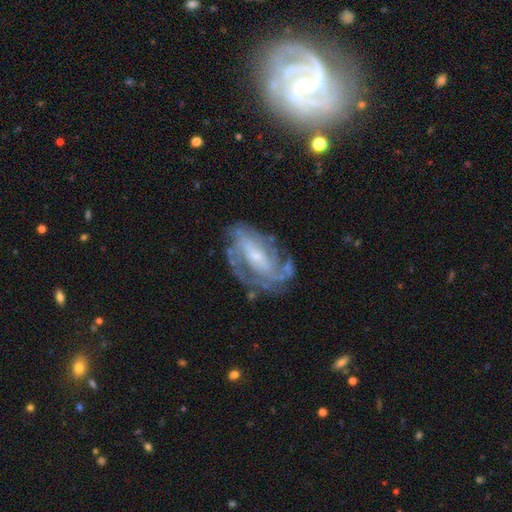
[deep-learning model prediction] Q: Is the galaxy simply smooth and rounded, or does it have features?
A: featured or disk — 82%.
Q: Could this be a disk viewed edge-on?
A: no — 95%.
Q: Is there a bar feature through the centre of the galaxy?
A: weak — 40%.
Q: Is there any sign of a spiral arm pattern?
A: yes — 88%.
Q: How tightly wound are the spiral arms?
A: tight — 52%.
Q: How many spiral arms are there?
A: can't tell — 36%.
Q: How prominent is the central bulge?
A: small — 59%.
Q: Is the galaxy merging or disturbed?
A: none — 66%.